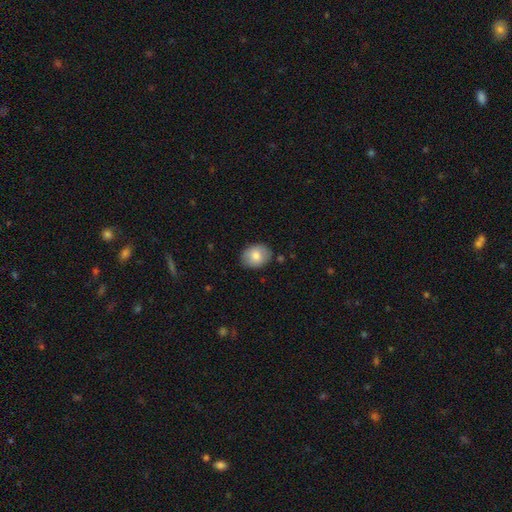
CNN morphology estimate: smooth-or-featured: smooth: 80% | featured or disk: 13% | star or artifact: 7%
  how-rounded: in between: 57% | round: 42% | cigar-shaped: 1%
  merging: none: 84% | minor disturbance: 12% | major disturbance: 2% | merger: 2%